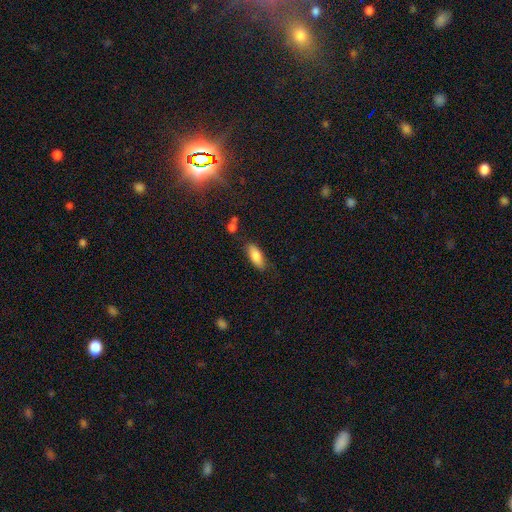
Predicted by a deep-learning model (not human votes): Morphology: type=smooth (83%); roundness=in between (77%); merging=none (75%).